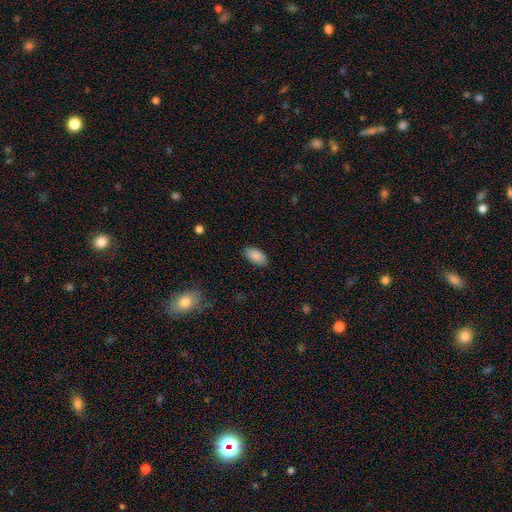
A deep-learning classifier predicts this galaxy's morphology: Smooth or featured?
  - smooth: 88% *
  - star or artifact: 7%
  - featured or disk: 5%
How rounded?
  - in between: 94% *
  - cigar-shaped: 3%
  - round: 3%
Merging?
  - none: 87% *
  - minor disturbance: 10%
  - major disturbance: 2%
  - merger: 1%